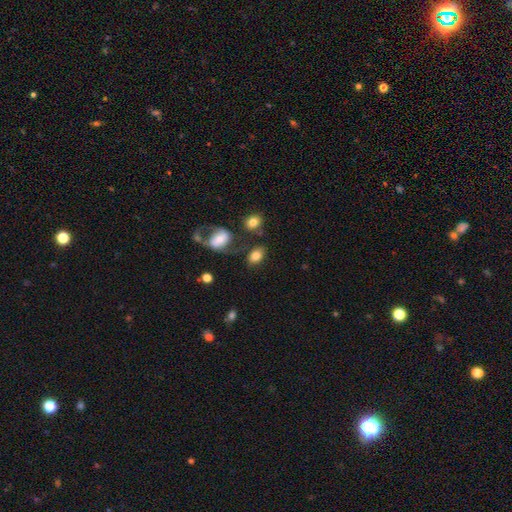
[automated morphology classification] Smooth or featured: smooth — 78% (featured or disk — 14%)
How rounded: in between — 84% (round — 14%)
Merging: none — 62% (minor disturbance — 17%)